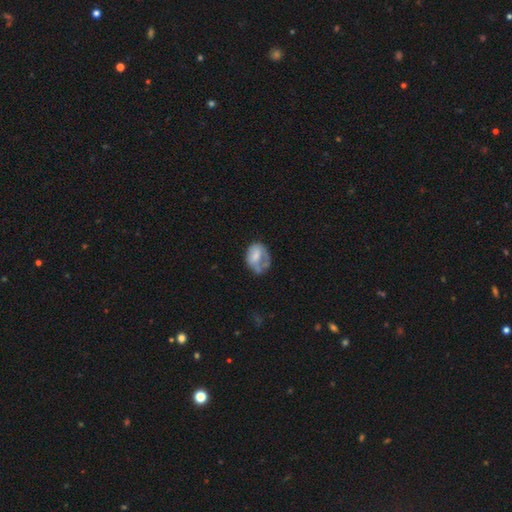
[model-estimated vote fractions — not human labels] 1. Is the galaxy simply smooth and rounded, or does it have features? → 56% smooth, 36% featured or disk, 8% star or artifact.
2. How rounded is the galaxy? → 64% in between, 35% round, 1% cigar-shaped.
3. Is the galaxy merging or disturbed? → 32% none, 31% minor disturbance, 31% major disturbance, 6% merger.